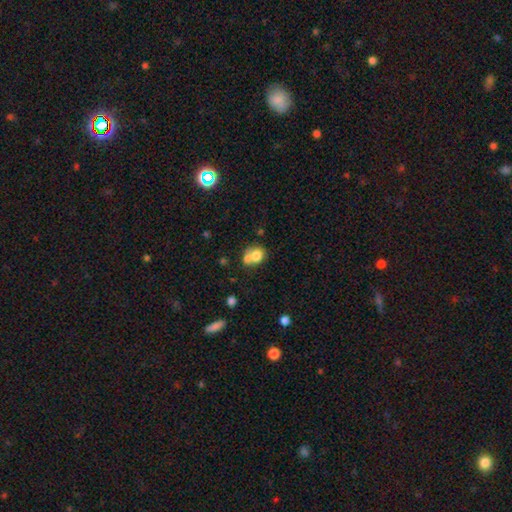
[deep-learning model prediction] Overall: smooth (75%). How rounded: round (58%; in between 41%). Merging: merger (50%; none 34%).